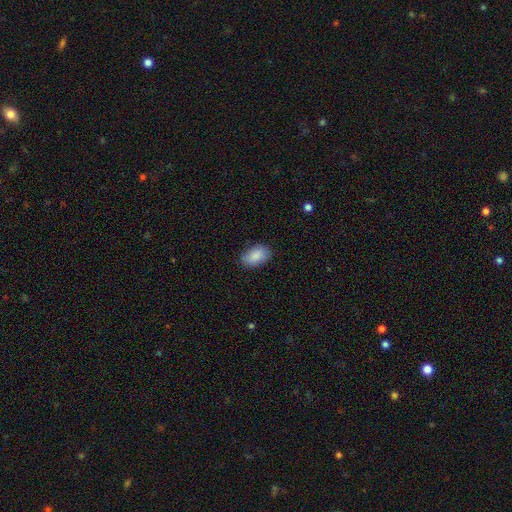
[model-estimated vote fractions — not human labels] The model was most divided on "merging": none: 81%, minor disturbance: 15%, major disturbance: 3%, merger: 1%. More confident: how rounded — in between (92%); smooth or featured — smooth (88%).